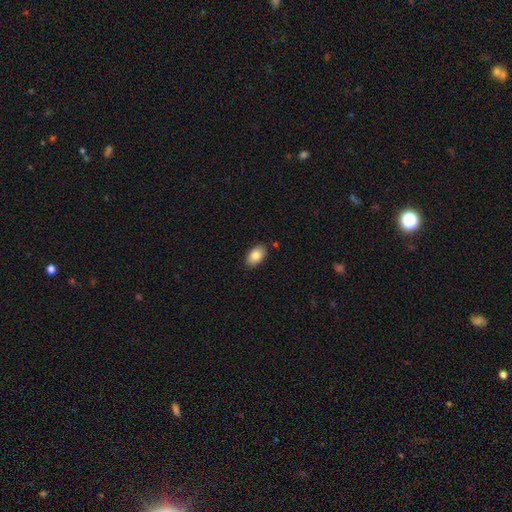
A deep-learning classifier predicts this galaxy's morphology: Overall: smooth (84%). How rounded: in between (92%). Merging: none (87%).